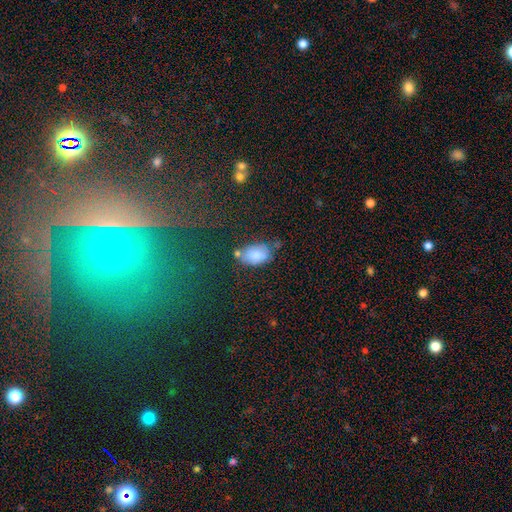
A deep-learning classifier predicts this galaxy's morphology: type=smooth (79%); roundness=in between (89%); merging=none (57%).